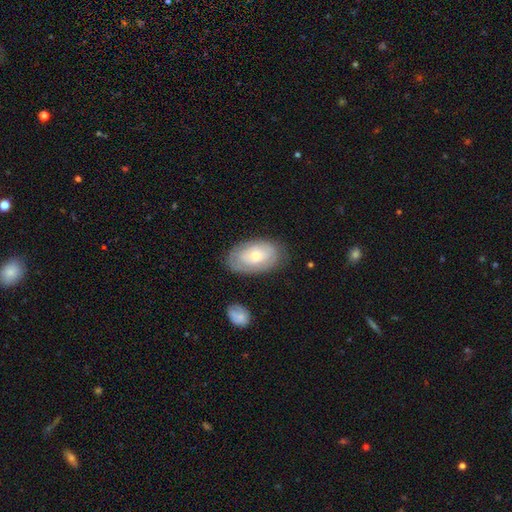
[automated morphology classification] smooth_or_featured: smooth (p=0.48) [alt: featured or disk p=0.46]
merging: none (p=0.76) [alt: minor disturbance p=0.17]